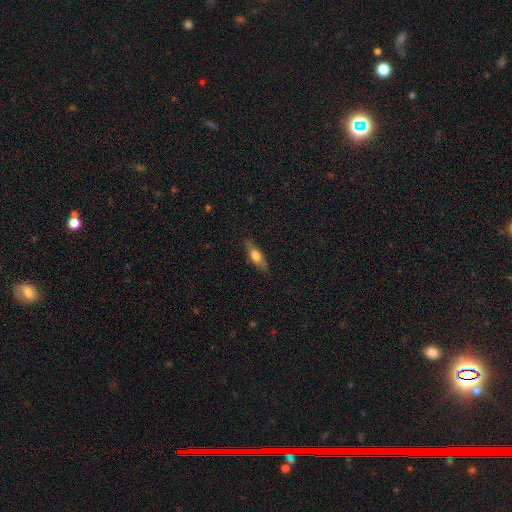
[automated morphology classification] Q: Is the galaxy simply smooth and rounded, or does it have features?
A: smooth — 58%.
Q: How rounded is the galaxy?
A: cigar-shaped — 48%, tied with in between.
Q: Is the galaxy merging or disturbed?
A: none — 83%.